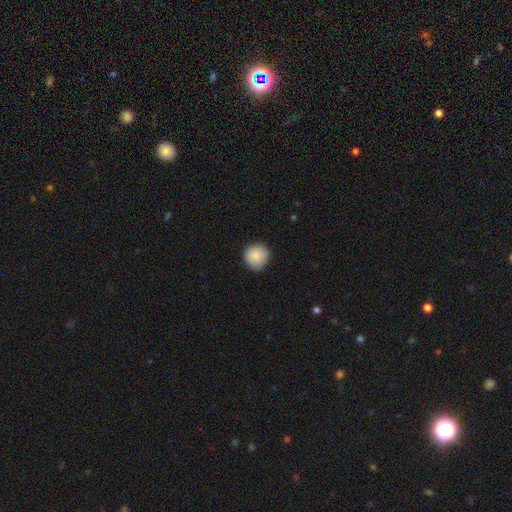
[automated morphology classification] type=smooth (87%); roundness=round (93%); merging=none (85%).